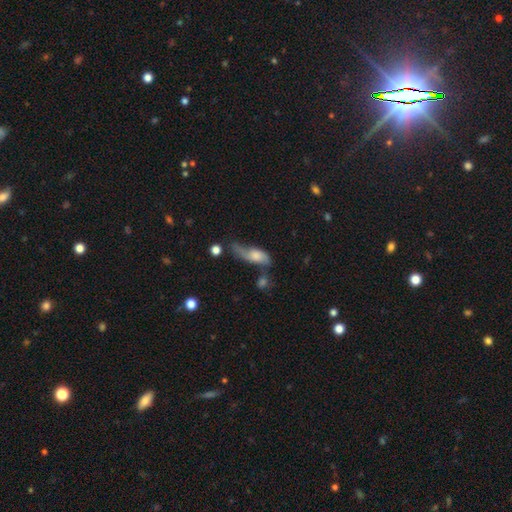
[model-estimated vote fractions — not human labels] This is possibly a smooth galaxy (51%). How rounded: likely in between (68%). Merging: marginally major disturbance (29%).